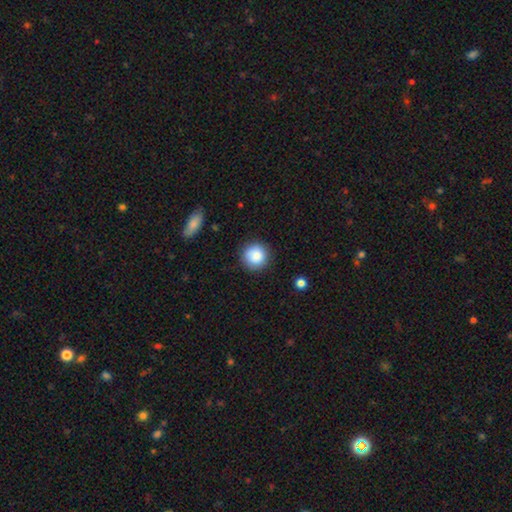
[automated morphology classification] Overall: smooth (86%). How rounded: round (94%). Merging: none (87%).